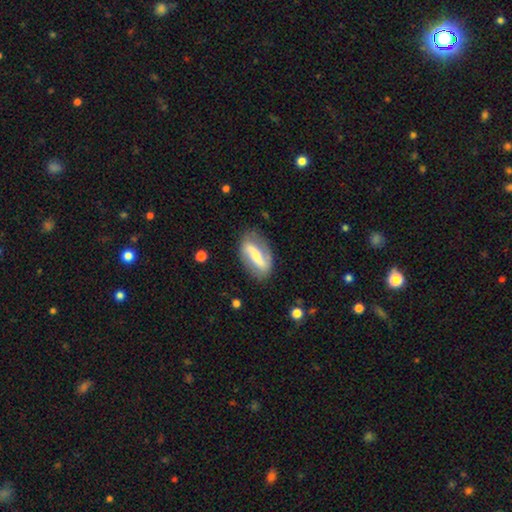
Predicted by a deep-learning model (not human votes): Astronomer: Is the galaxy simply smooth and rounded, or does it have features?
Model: featured or disk — 73%.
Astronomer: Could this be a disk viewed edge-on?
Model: no — 91%.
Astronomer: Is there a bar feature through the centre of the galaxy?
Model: strong — 57%.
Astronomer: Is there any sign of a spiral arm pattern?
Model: yes — 79%.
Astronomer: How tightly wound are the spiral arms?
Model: loose — 53% (runner-up: medium, 30%).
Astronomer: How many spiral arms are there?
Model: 2 — 87%.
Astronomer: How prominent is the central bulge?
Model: moderate — 53% (runner-up: small, 40%).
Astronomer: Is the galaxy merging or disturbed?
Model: none — 80%.